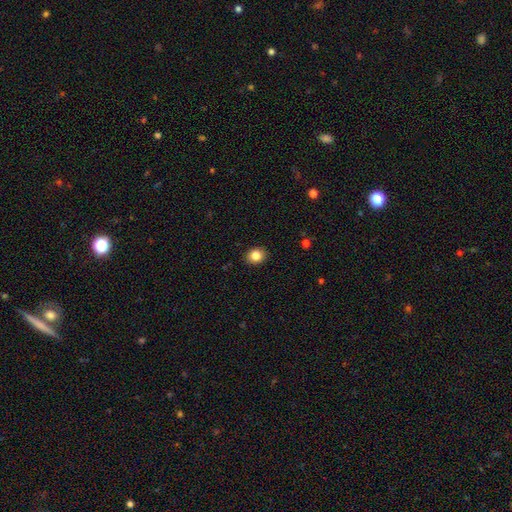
Smooth or featured? 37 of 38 (97%) said smooth. How rounded? 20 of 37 (54%) said in between. Merging? 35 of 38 (92%) said none.